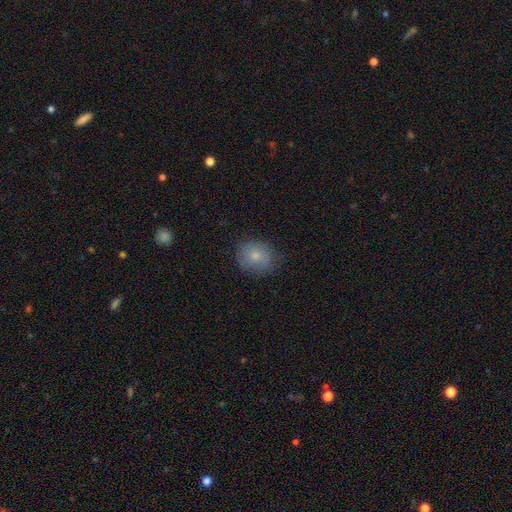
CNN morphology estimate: This appears to be a smooth galaxy with no disk features (79%) that is round (67%). Merging: none (76%).